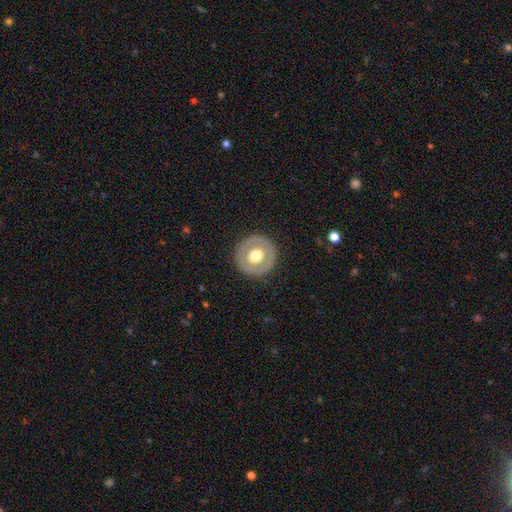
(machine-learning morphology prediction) Overall: smooth (50%; featured or disk 43%). How rounded: round (95%). Merging: none (89%).